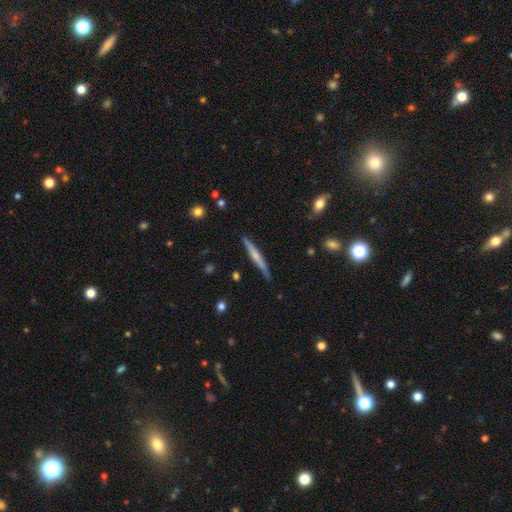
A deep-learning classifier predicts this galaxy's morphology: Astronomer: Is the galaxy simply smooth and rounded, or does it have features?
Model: featured or disk — 49% (runner-up: smooth, 46%).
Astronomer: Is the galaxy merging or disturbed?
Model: none — 85%.